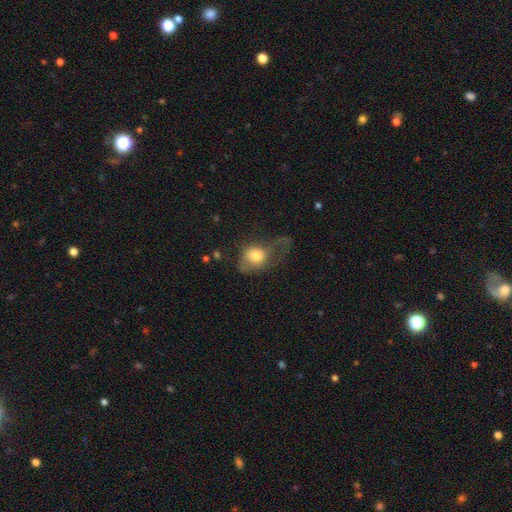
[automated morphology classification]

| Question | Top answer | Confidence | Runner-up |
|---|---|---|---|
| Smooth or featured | smooth | 70% | featured or disk (22%) |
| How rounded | round | 49% | tied: in between (49%) |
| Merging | major disturbance | 57% | minor disturbance (21%) |